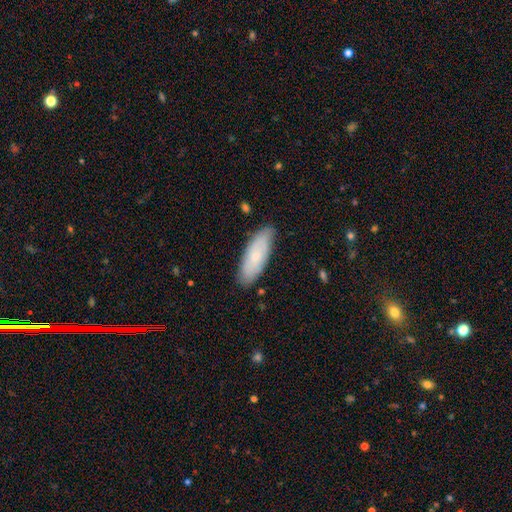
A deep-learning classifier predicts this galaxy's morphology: A smooth galaxy with no disk features (71%) that is in between round and cigar-shaped (66%).

Vote fractions:
- Smooth or featured? smooth: 71% / featured or disk: 23% / star or artifact: 6%
- How rounded? in between: 66% / cigar-shaped: 32% / round: 2%
- Merging? none: 82% / minor disturbance: 14% / major disturbance: 2% / merger: 1%